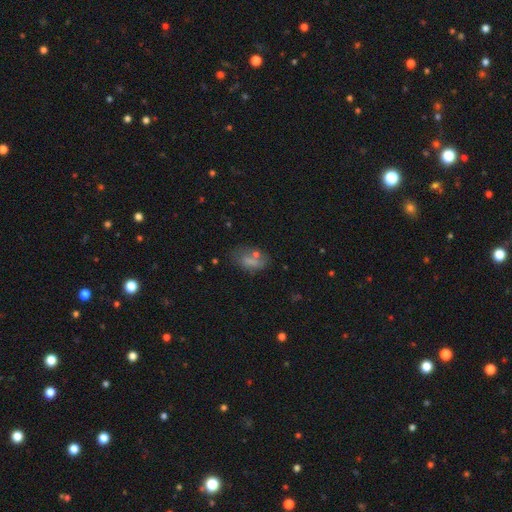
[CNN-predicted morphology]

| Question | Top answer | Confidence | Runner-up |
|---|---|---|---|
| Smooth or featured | smooth | 63% | featured or disk (20%) |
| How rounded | in between | 83% | round (8%) |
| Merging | none | 55% | minor disturbance (22%) |